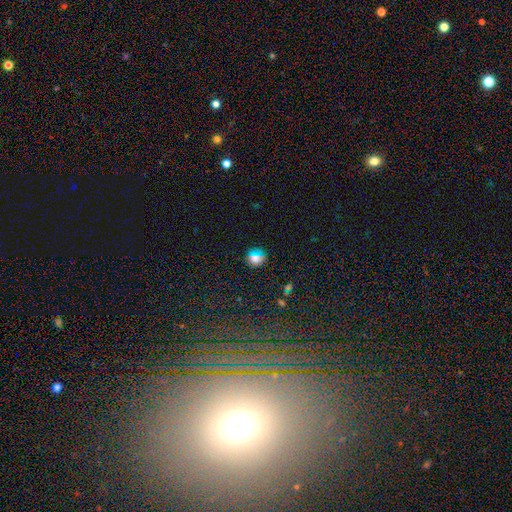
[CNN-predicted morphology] This appears to be a smooth galaxy with no disk features (74%) that is round (80%). Merging: none (81%).